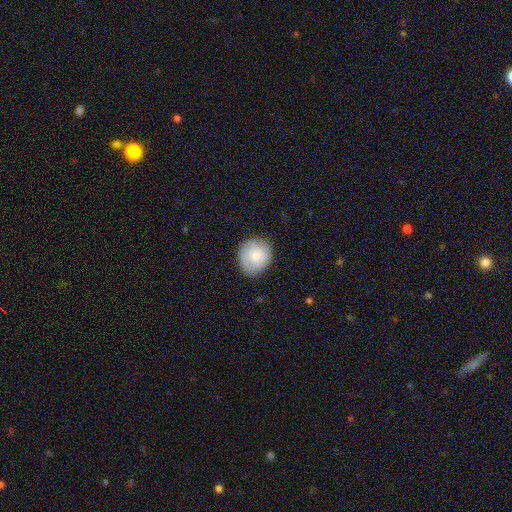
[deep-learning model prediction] Smooth or featured? Predicted: smooth (p=0.65). How rounded? Predicted: round (p=0.81). Merging? Predicted: none (p=0.82).